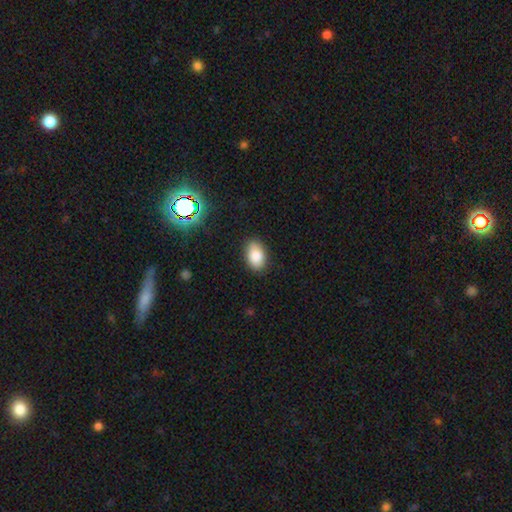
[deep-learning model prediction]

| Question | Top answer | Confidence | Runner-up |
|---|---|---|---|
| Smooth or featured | smooth | 84% | star or artifact (9%) |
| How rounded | in between | 90% | round (8%) |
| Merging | none | 86% | minor disturbance (10%) |